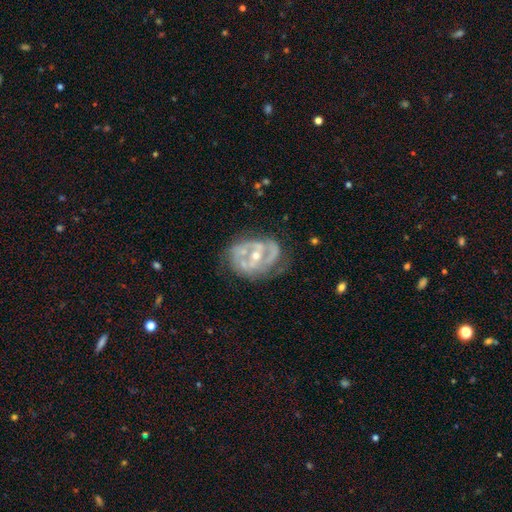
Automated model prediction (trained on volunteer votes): smooth_or_featured: featured or disk (p=0.83) [alt: smooth p=0.10]
disk_edge_on: no (p=0.97) [alt: yes p=0.03]
bar: no (p=0.42) [alt: weak p=0.35]
has_spiral_arms: yes (p=0.74) [alt: no p=0.26]
spiral_winding: medium (p=0.41) [alt: tight p=0.39]
spiral_arm_count: 2 (p=0.51) [alt: can't tell p=0.25]
bulge_size: moderate (p=0.50) [alt: small p=0.46]
merging: none (p=0.50) [alt: minor disturbance p=0.24]